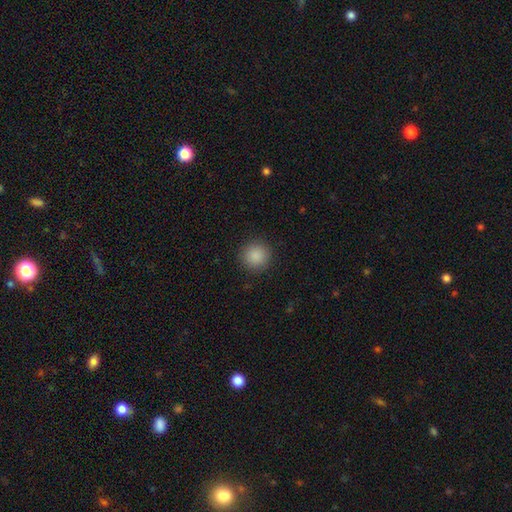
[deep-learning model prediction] smooth_or_featured: smooth (p=0.88) [alt: star or artifact p=0.09]
how_rounded: round (p=0.94) [alt: in between p=0.05]
merging: none (p=0.91) [alt: minor disturbance p=0.06]